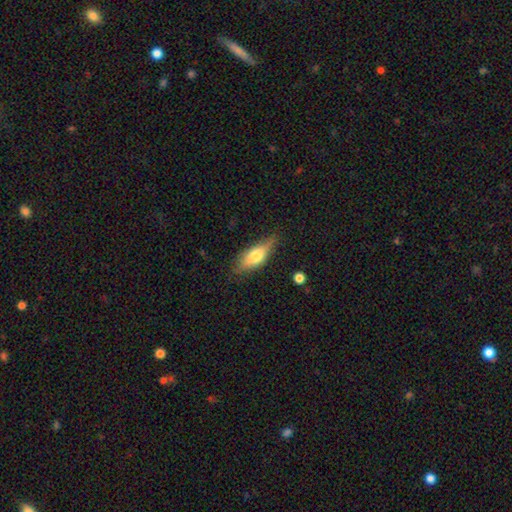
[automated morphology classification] Smooth or featured: smooth — 60% (featured or disk — 33%)
How rounded: in between — 64% (cigar-shaped — 33%)
Merging: none — 71% (minor disturbance — 22%)